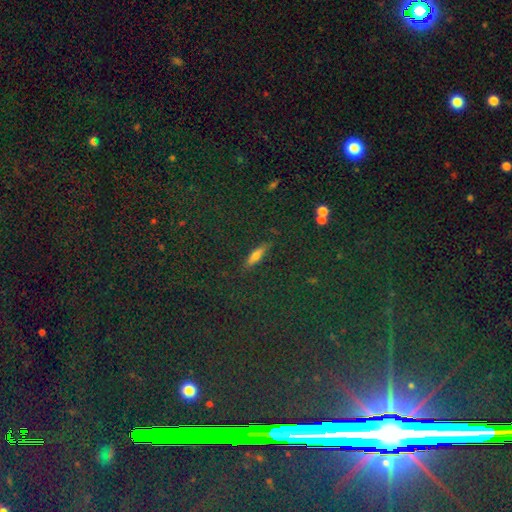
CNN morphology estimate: Q: Smooth or featured?
A: smooth (52%); runner-up: featured or disk (30%)
Q: How rounded?
A: cigar-shaped (68%); runner-up: in between (25%)
Q: Merging?
A: none (86%); runner-up: minor disturbance (9%)